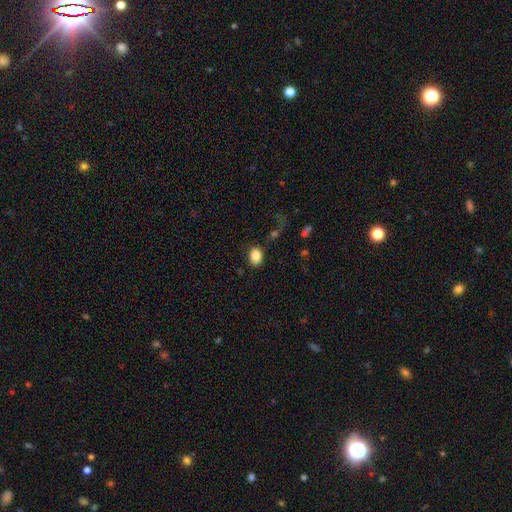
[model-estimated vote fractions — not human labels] A smooth galaxy with no disk features (87%) that is in between round and cigar-shaped (71%).

Vote fractions:
- Smooth or featured? smooth: 87% / star or artifact: 9% / featured or disk: 4%
- How rounded? in between: 71% / round: 28% / cigar-shaped: 1%
- Merging? none: 80% / minor disturbance: 12% / major disturbance: 5% / merger: 3%